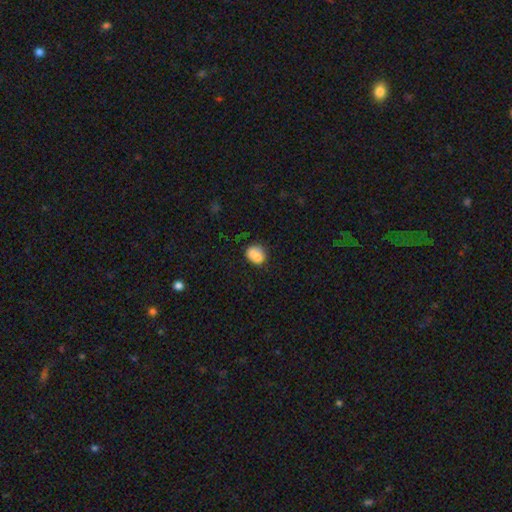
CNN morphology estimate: A smooth galaxy with no disk features (74%) that is round (66%). Merging: merger (42%).